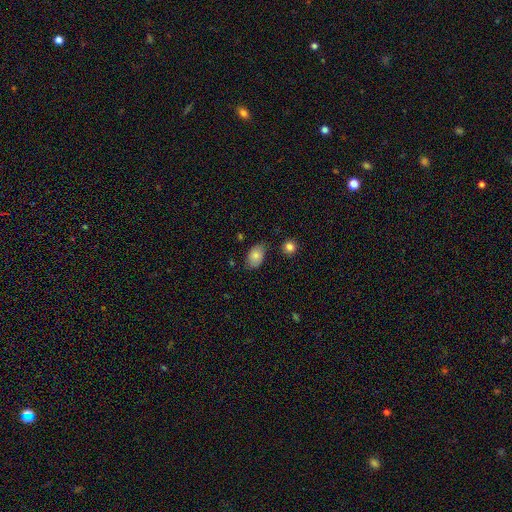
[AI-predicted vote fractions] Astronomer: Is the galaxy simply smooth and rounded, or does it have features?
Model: smooth — 82%.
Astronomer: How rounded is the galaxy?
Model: in between — 88%.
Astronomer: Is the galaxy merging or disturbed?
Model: none — 71%.